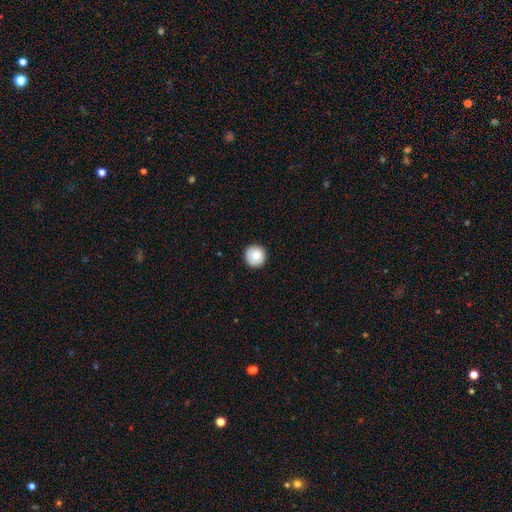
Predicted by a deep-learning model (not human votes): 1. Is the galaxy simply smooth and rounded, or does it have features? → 83% smooth, 9% featured or disk, 8% star or artifact.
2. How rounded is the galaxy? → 96% round, 4% in between, 1% cigar-shaped.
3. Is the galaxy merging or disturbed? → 90% none, 7% minor disturbance, 2% major disturbance, 1% merger.